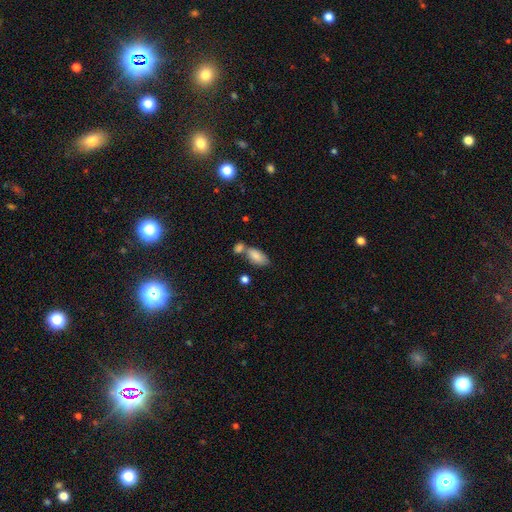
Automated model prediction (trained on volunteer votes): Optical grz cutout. It shows a smooth galaxy with no disk features (83%) that is in between round and cigar-shaped (91%). Merging: none (43%).